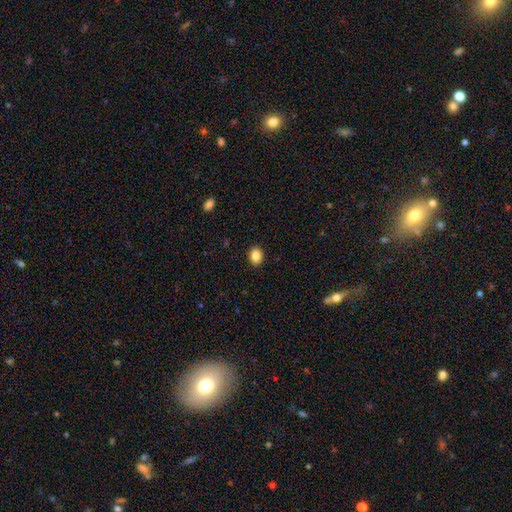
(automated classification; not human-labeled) A smooth galaxy with no disk features (87%) that is in between round and cigar-shaped (58%). Merging: none (91%).